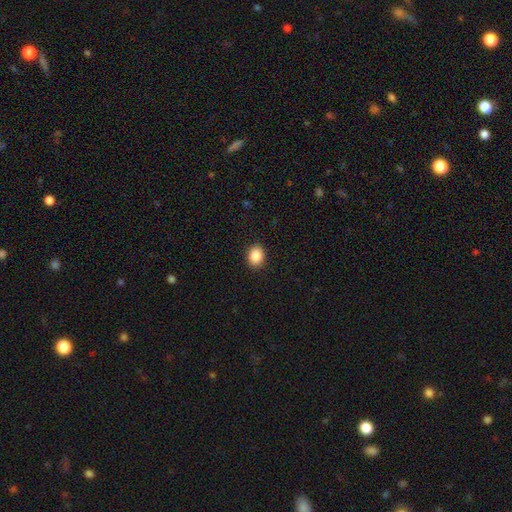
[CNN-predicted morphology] A smooth galaxy with no disk features (87%) that is in between round and cigar-shaped (51%).

Vote fractions:
- Smooth or featured? smooth: 87% / star or artifact: 9% / featured or disk: 4%
- How rounded? in between: 51% / round: 48% / cigar-shaped: 1%
- Merging? none: 91% / minor disturbance: 6% / major disturbance: 2% / merger: 1%